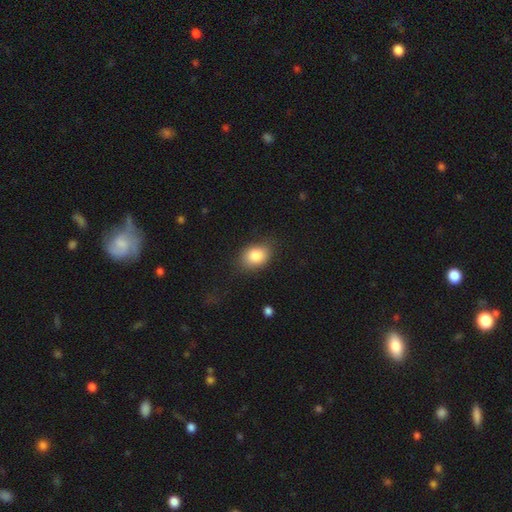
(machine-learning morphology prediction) Smooth or featured? Predicted: smooth (p=0.84). How rounded? Predicted: in between (p=0.72). Merging? Predicted: none (p=0.78).